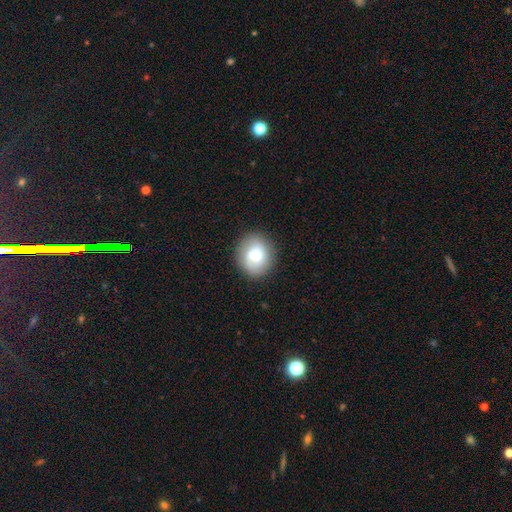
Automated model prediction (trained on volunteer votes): Morphology: type=smooth (65%); roundness=round (71%); merging=none (84%).